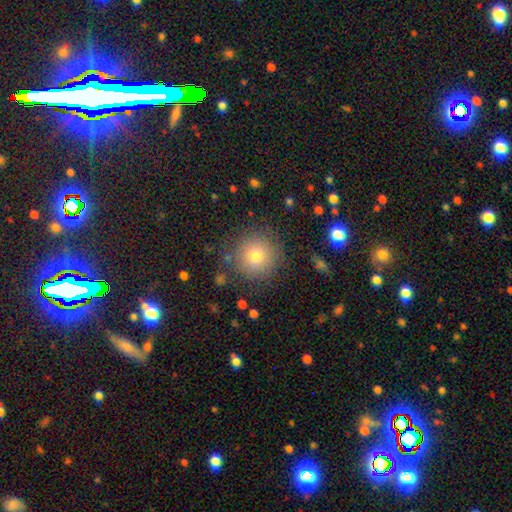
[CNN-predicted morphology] Smooth or featured? smooth (76%)
How rounded? round (94%)
Merging? none (85%)